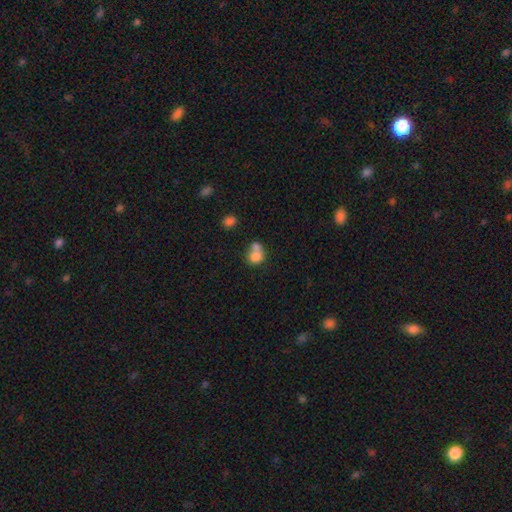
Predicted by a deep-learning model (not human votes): smooth_or_featured: smooth (p=0.78) [alt: featured or disk p=0.13]
how_rounded: round (p=0.67) [alt: in between p=0.32]
merging: merger (p=0.57) [alt: none p=0.29]